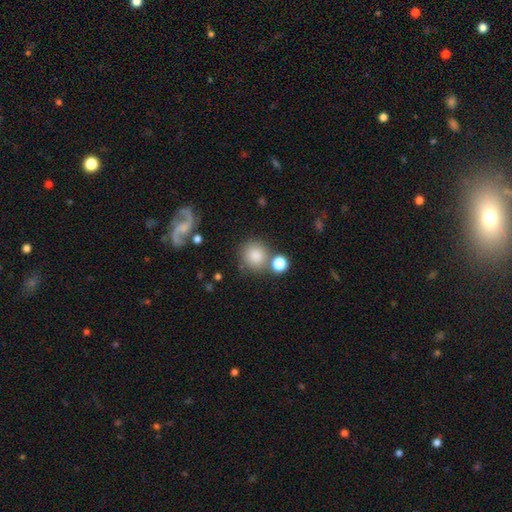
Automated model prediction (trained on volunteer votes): smooth 84%, star or artifact 10%, featured or disk 7%. Down the decision tree: how rounded — round (90%); merging — none (70%).